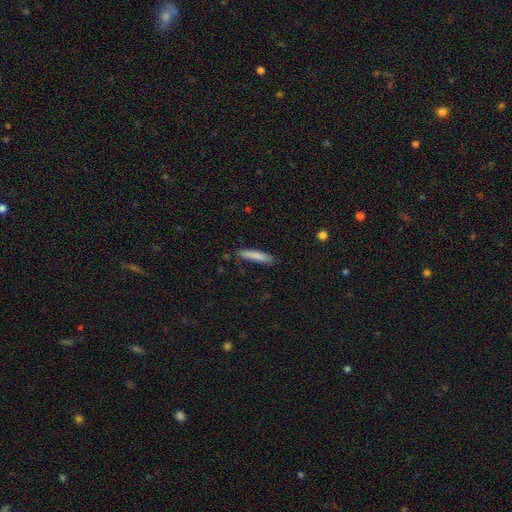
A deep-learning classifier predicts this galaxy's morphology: Smooth or featured?
  - smooth: 81% *
  - featured or disk: 12%
  - star or artifact: 6%
How rounded?
  - cigar-shaped: 88% *
  - in between: 11%
  - round: 1%
Merging?
  - none: 82% *
  - minor disturbance: 13%
  - major disturbance: 2%
  - merger: 2%